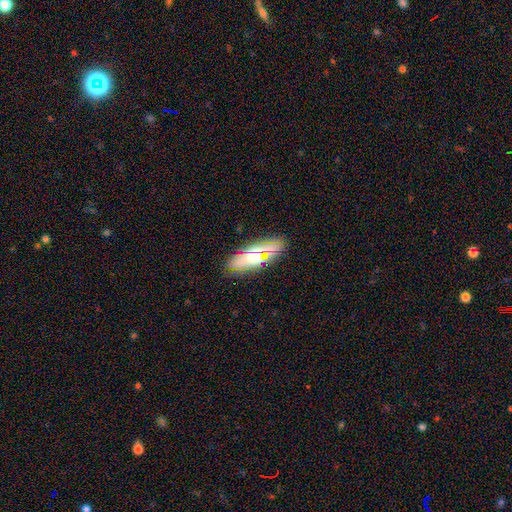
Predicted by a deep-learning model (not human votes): Smooth or featured?
  - smooth: 53% *
  - featured or disk: 36%
  - star or artifact: 11%
How rounded?
  - in between: 69% *
  - cigar-shaped: 26%
  - round: 5%
Merging?
  - none: 85% *
  - minor disturbance: 11%
  - major disturbance: 3%
  - merger: 1%